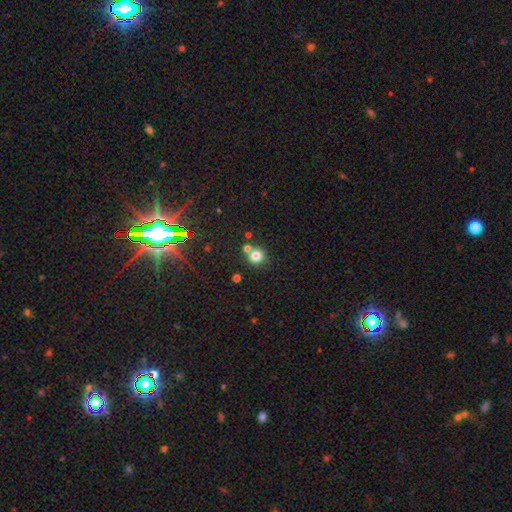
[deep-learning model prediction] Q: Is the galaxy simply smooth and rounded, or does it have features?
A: smooth — 77%.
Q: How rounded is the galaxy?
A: round — 90%.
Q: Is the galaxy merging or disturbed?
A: none — 66%.